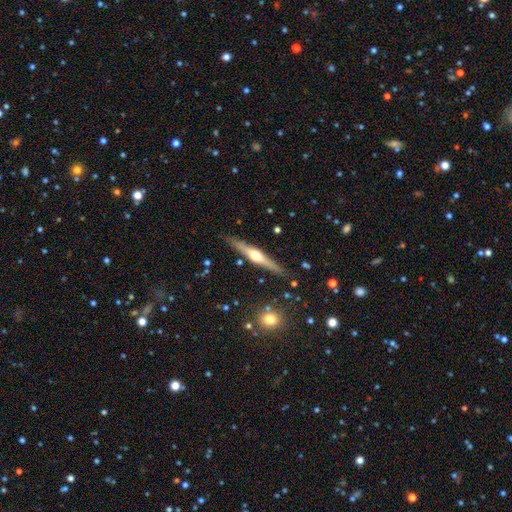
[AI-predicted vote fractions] Smooth or featured: featured or disk — 69% (smooth — 25%)
Edge-on disk: yes — 97% (no — 3%)
Edge-on bulge: rounded — 91% (none — 5%)
Merging: none — 86% (minor disturbance — 10%)